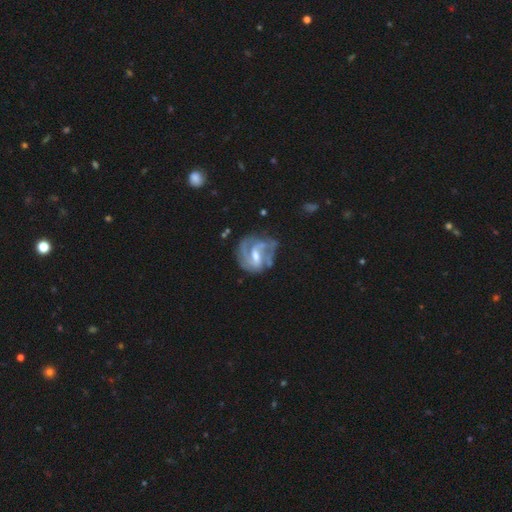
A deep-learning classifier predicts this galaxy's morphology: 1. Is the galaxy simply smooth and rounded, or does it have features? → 85% featured or disk, 10% smooth, 5% star or artifact.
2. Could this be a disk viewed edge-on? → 98% no, 2% yes.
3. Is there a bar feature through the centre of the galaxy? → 54% weak, 29% strong, 18% no.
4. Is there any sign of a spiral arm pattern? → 93% yes, 7% no.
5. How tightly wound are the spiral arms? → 44% medium, 41% tight, 14% loose.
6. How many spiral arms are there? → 54% 2, 18% can't tell, 16% 3, 6% 1, 3% 4, 3% more than 4.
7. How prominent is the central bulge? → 61% moderate, 30% small, 6% large, 3% none, 1% dominant.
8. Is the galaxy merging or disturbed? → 56% none, 24% minor disturbance, 16% major disturbance, 4% merger.